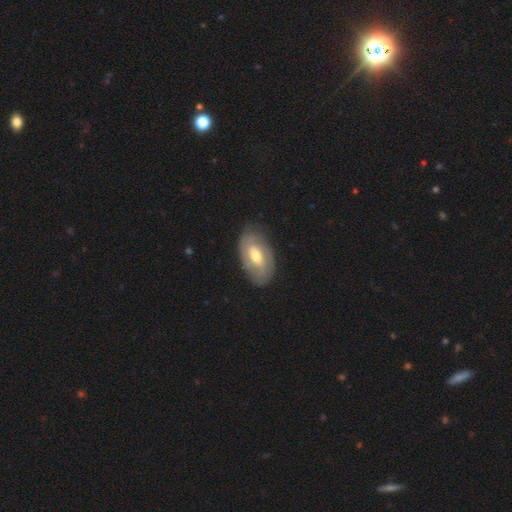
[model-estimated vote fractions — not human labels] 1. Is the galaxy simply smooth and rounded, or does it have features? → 58% featured or disk, 36% smooth, 6% star or artifact.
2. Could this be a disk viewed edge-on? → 92% no, 8% yes.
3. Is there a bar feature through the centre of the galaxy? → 43% no, 42% weak, 16% strong.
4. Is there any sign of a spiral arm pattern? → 61% yes, 39% no.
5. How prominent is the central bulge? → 68% moderate, 23% small, 7% large, 1% none, 1% dominant.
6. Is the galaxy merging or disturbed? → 79% none, 16% minor disturbance, 4% major disturbance, 1% merger.